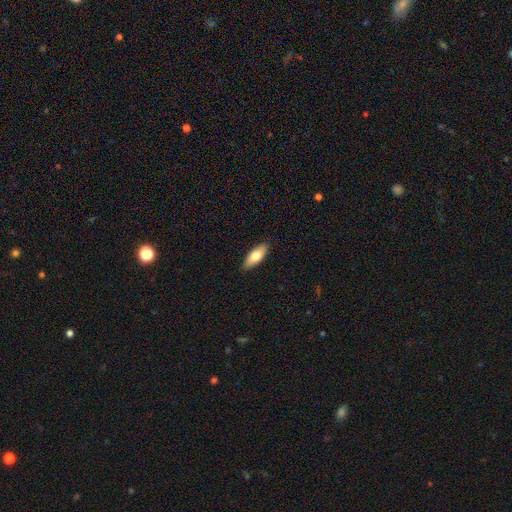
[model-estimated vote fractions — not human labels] Smooth or featured: smooth — 73% (featured or disk — 21%)
How rounded: in between — 75% (cigar-shaped — 23%)
Merging: none — 89% (minor disturbance — 8%)